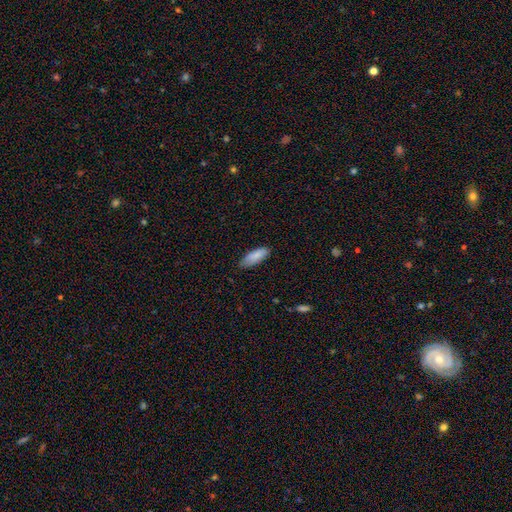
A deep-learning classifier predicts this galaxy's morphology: Smooth or featured? Predicted: smooth (p=0.86). How rounded? Predicted: in between (p=0.70). Merging? Predicted: none (p=0.79).